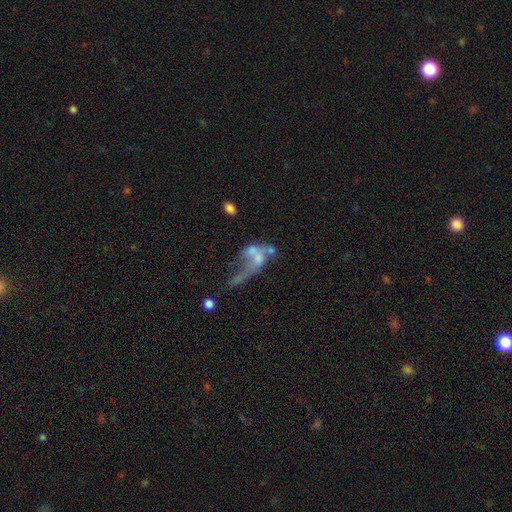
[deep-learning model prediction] The model was most divided on "merging": major disturbance: 42%, merger: 35%, none: 14%, minor disturbance: 9%. More confident: edge-on disk — no (95%); bar — no (86%); spiral arms — no (83%); bulge size — none (55%); smooth or featured — featured or disk (53%).